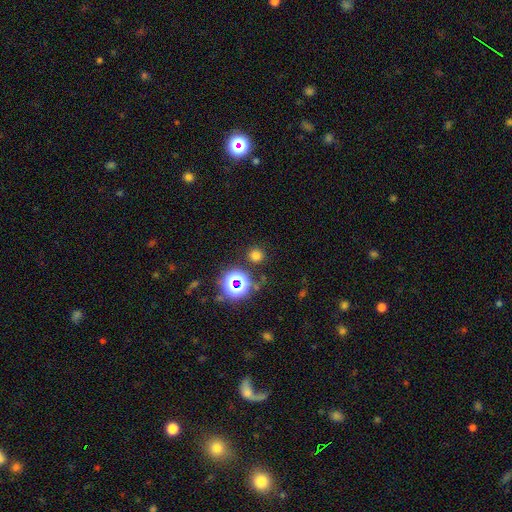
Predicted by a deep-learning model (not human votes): Morphology: type=smooth (69%); roundness=round (90%); merging=none (86%).